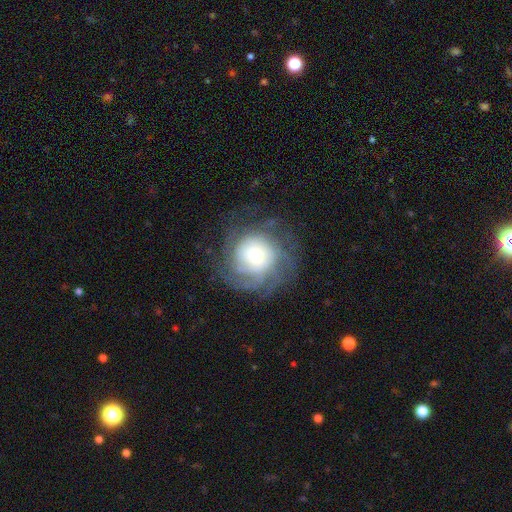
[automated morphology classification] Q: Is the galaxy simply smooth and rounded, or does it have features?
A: featured or disk — 70%.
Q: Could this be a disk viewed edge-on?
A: no — 97%.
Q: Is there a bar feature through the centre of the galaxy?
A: no — 71%.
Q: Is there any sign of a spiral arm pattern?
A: yes — 88%.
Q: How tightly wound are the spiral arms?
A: tight — 59%.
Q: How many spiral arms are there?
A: can't tell — 42%.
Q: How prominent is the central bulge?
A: moderate — 38%.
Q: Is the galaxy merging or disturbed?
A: none — 65%.